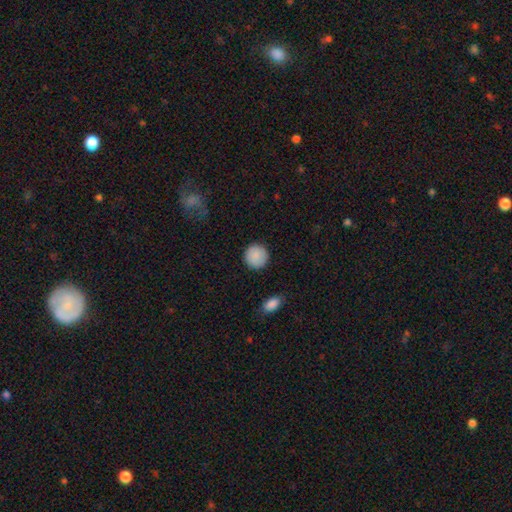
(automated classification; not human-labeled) A smooth galaxy with no disk features (89%) that is round (93%).

Vote fractions:
- Smooth or featured? smooth: 89% / star or artifact: 7% / featured or disk: 4%
- How rounded? round: 93% / in between: 6% / cigar-shaped: 1%
- Merging? none: 90% / minor disturbance: 7% / major disturbance: 2% / merger: 1%